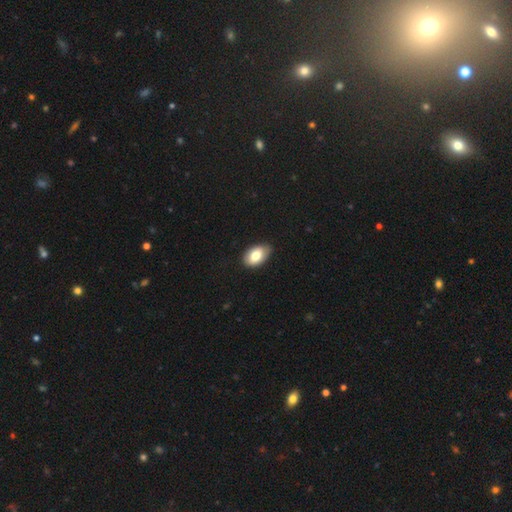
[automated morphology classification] The model was most divided on "smooth or featured": smooth: 78%, featured or disk: 15%, star or artifact: 7%. More confident: how rounded — in between (91%); merging — none (82%).